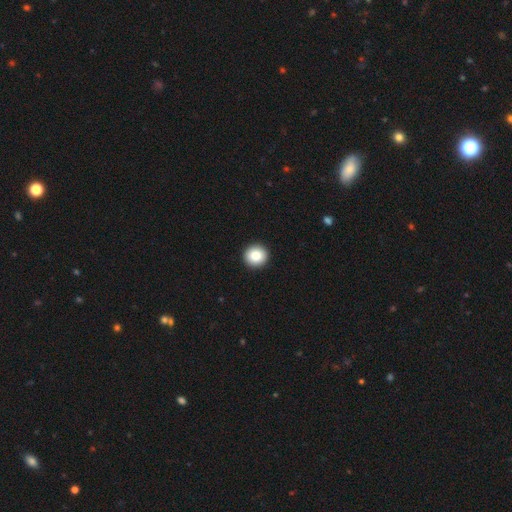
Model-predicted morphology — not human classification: type=smooth (86%); roundness=round (92%); merging=none (94%).